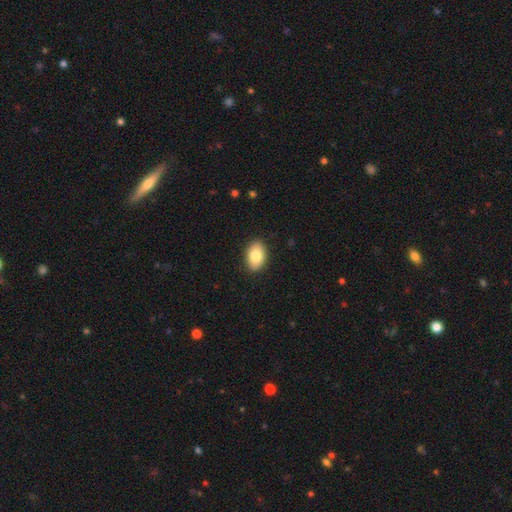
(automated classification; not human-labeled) Smooth or featured? smooth (83%)
How rounded? in between (91%)
Merging? none (89%)